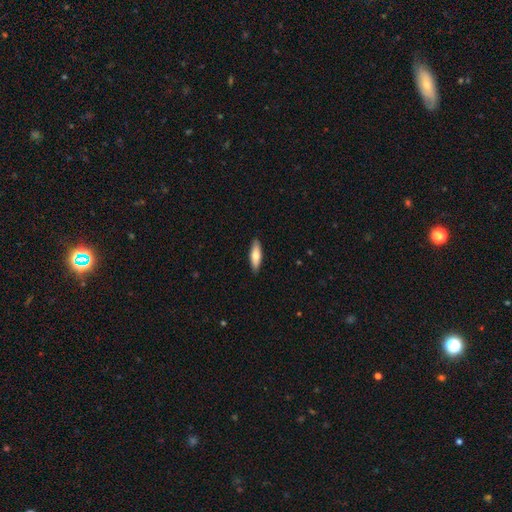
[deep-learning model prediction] Smooth or featured? Predicted: smooth (p=0.71). How rounded? Predicted: cigar-shaped (p=0.50). Merging? Predicted: none (p=0.89).